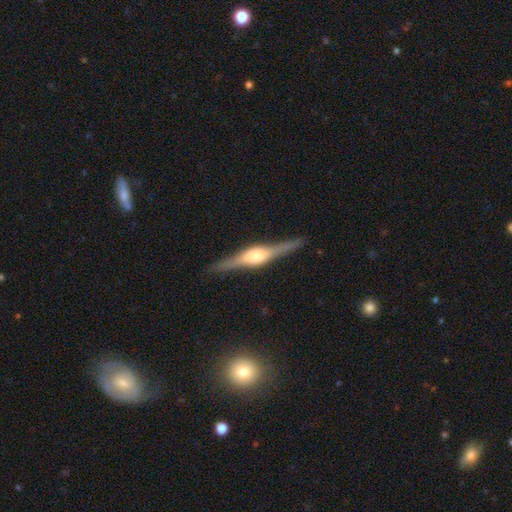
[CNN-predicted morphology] Q: Smooth or featured?
A: featured or disk (82%); runner-up: smooth (12%)
Q: Edge-on disk?
A: yes (98%); runner-up: no (2%)
Q: Edge-on bulge?
A: rounded (83%); runner-up: boxy (15%)
Q: Merging?
A: none (89%); runner-up: minor disturbance (8%)